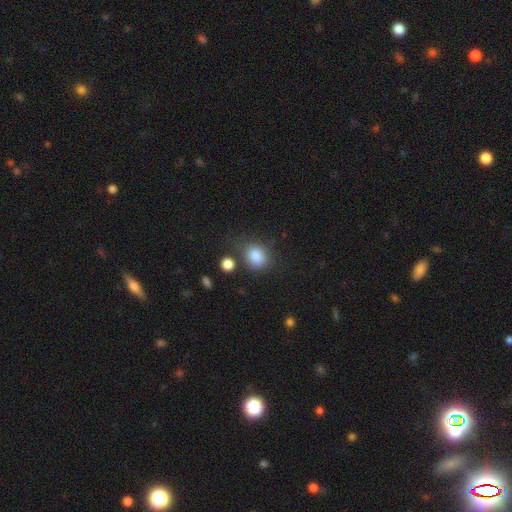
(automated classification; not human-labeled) Q: Smooth or featured?
A: smooth (85%); runner-up: star or artifact (10%)
Q: How rounded?
A: round (58%); runner-up: in between (41%)
Q: Merging?
A: none (68%); runner-up: minor disturbance (18%)